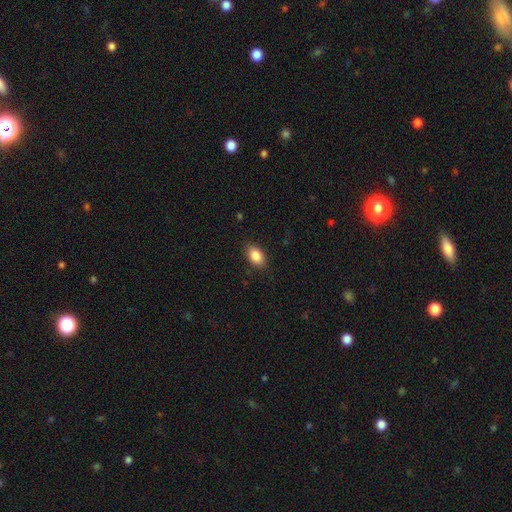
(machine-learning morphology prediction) Q: Smooth or featured?
A: smooth (86%); runner-up: star or artifact (8%)
Q: How rounded?
A: in between (88%); runner-up: round (10%)
Q: Merging?
A: none (86%); runner-up: minor disturbance (11%)